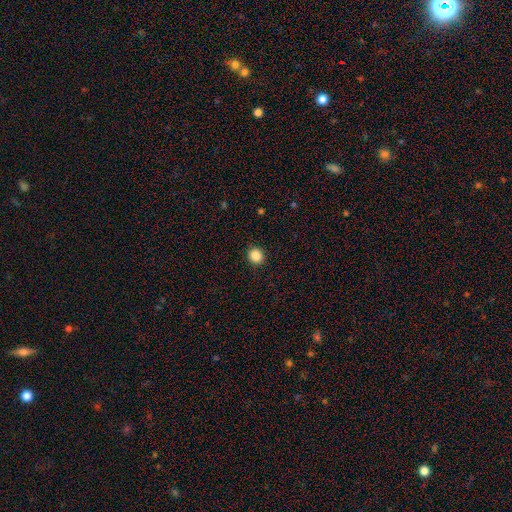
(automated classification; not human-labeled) Smooth or featured? smooth (87%)
How rounded? round (83%)
Merging? none (92%)